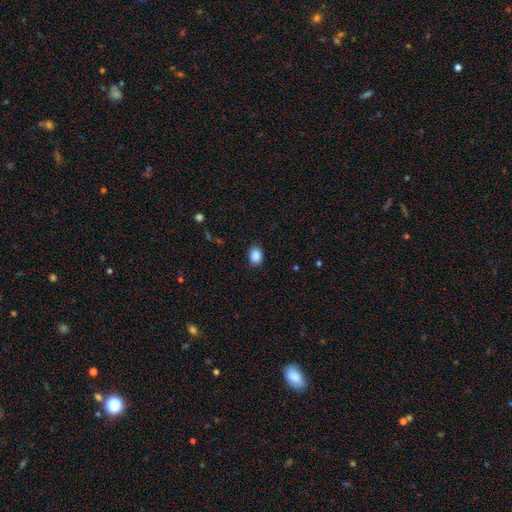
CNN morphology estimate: This is clearly a smooth galaxy (88%). How rounded: likely in between (61%). Merging: clearly none (86%).